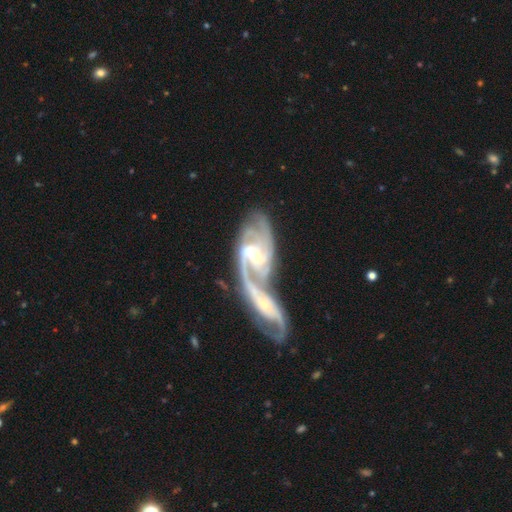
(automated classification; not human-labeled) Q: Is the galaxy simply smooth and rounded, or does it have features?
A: featured or disk — 90%.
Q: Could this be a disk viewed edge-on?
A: no — 96%.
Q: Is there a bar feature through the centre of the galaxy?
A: weak — 43%.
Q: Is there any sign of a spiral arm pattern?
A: yes — 97%.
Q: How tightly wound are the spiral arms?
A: medium — 47%.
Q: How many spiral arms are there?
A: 2 — 40%.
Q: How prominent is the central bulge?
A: small — 49%.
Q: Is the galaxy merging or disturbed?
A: merger — 66%.